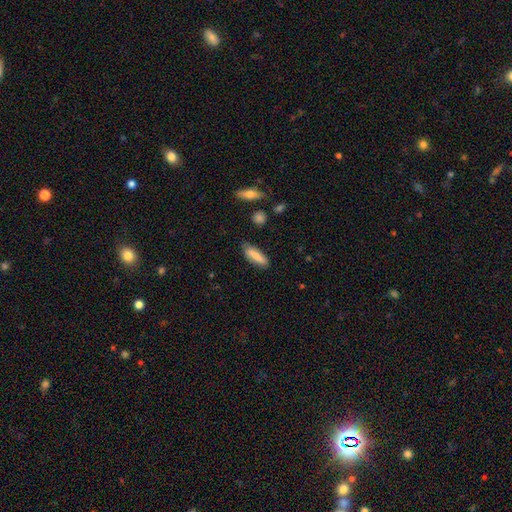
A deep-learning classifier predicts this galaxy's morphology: Q: Smooth or featured?
A: smooth (77%); runner-up: featured or disk (16%)
Q: How rounded?
A: cigar-shaped (54%); runner-up: in between (44%)
Q: Merging?
A: none (80%); runner-up: minor disturbance (15%)